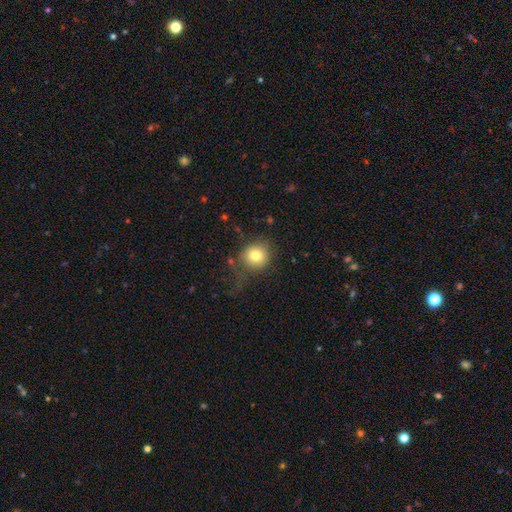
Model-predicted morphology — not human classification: smooth_or_featured: smooth (p=0.78) [alt: star or artifact p=0.11]
how_rounded: round (p=0.85) [alt: in between p=0.14]
merging: none (p=0.66) [alt: minor disturbance p=0.19]